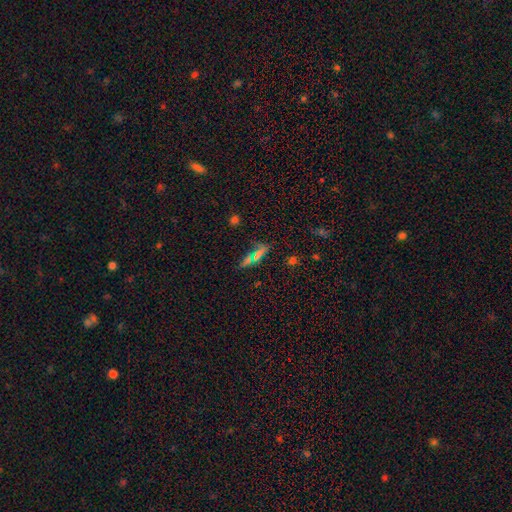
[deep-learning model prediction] Morphology: type=smooth (55%); roundness=cigar-shaped (49%); merging=none (75%).